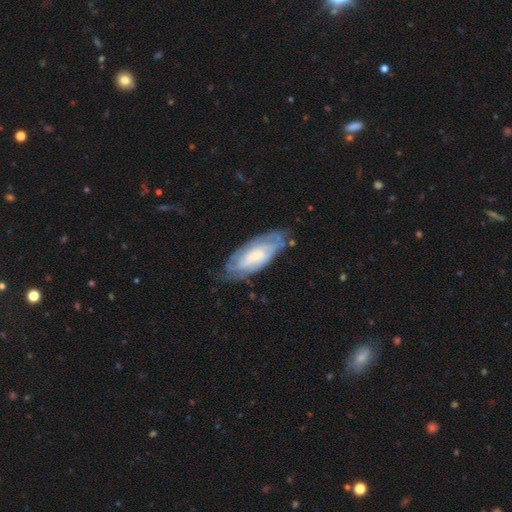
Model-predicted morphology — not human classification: Smooth or featured? Predicted: featured or disk (p=0.69). Edge-on disk? Predicted: no (p=0.87). Bar? Predicted: no (p=0.62). Spiral arms? Predicted: yes (p=0.88). Spiral winding? Predicted: tight (p=0.66). Spiral arm count? Predicted: can't tell (p=0.56). Bulge size? Predicted: small (p=0.48). Merging? Predicted: none (p=0.70).